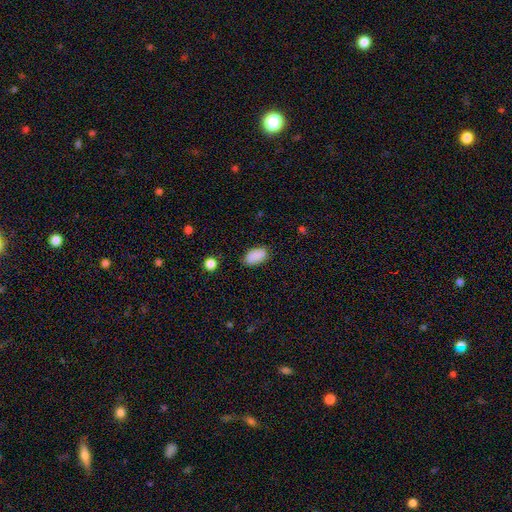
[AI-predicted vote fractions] smooth 88%, star or artifact 8%, featured or disk 4%. Down the decision tree: how rounded — in between (94%); merging — none (81%).